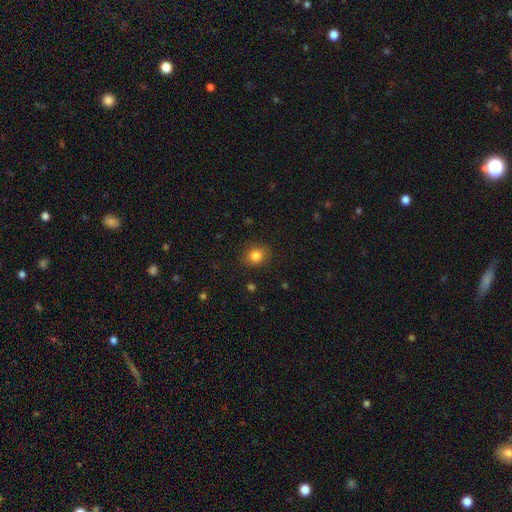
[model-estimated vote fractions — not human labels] Q: Smooth or featured?
A: smooth (84%); runner-up: star or artifact (10%)
Q: How rounded?
A: round (67%); runner-up: in between (32%)
Q: Merging?
A: none (84%); runner-up: minor disturbance (11%)